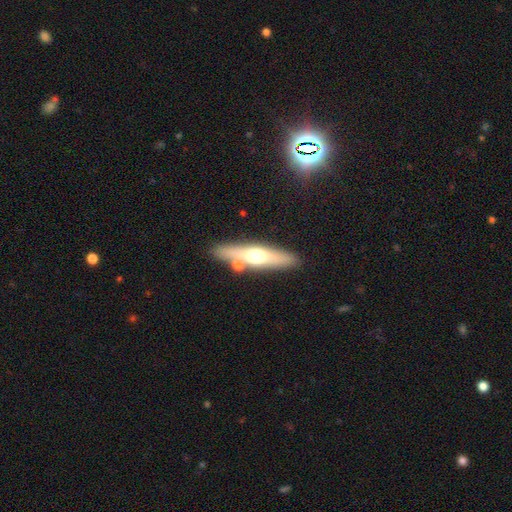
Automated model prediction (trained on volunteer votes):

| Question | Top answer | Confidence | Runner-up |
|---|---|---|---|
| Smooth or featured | featured or disk | 51% | smooth (42%) |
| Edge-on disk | yes | 88% | no (12%) |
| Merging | none | 78% | merger (10%) |